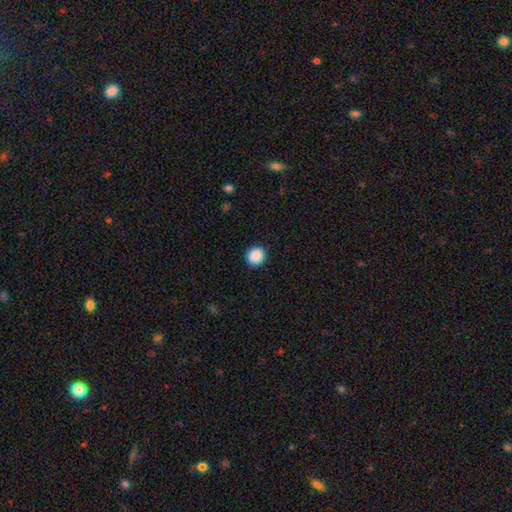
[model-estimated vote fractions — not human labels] smooth_or_featured: smooth (p=0.89) [alt: star or artifact p=0.09]
how_rounded: round (p=0.91) [alt: in between p=0.08]
merging: none (p=0.92) [alt: minor disturbance p=0.05]